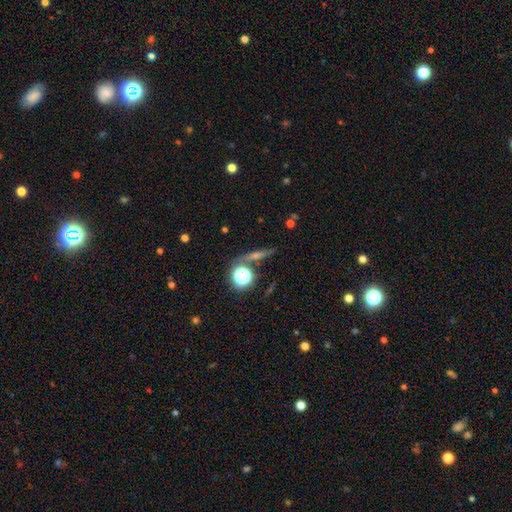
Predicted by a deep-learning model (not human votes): The model was most divided on "smooth or featured": featured or disk: 44%, star or artifact: 28%, smooth: 27%. More confident: merging — none (81%).